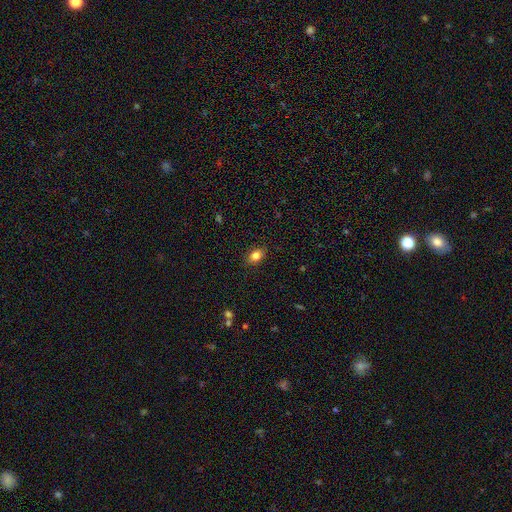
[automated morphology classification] smooth_or_featured: smooth (p=0.83) [alt: star or artifact p=0.10]
how_rounded: in between (p=0.75) [alt: round p=0.24]
merging: none (p=0.87) [alt: minor disturbance p=0.10]